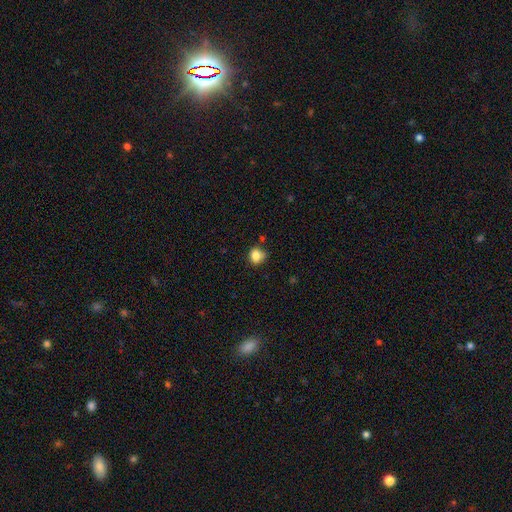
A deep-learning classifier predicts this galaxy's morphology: type=smooth (82%); roundness=round (70%); merging=none (63%).